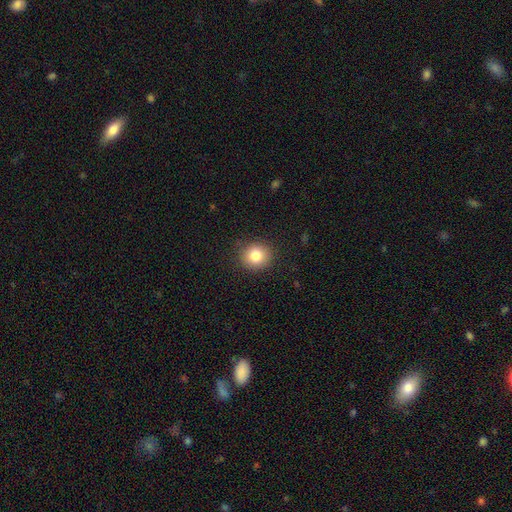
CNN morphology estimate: smooth_or_featured: smooth (p=0.82) [alt: star or artifact p=0.10]
how_rounded: round (p=0.84) [alt: in between p=0.15]
merging: none (p=0.90) [alt: minor disturbance p=0.07]